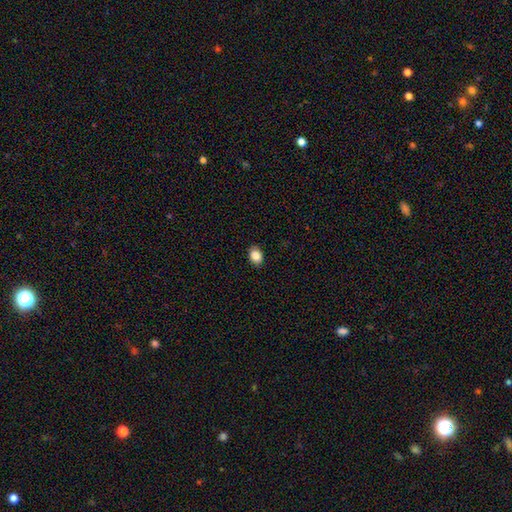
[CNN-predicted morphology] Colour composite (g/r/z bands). It shows a smooth galaxy with no disk features (86%) that is in between round and cigar-shaped (71%). Merging: none (91%).